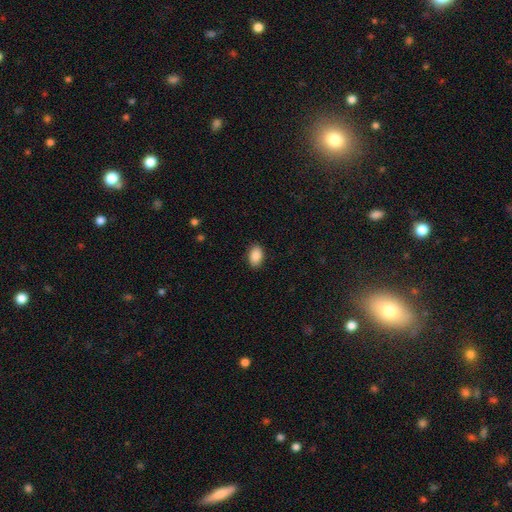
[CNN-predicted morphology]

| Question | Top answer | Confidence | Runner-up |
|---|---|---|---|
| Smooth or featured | smooth | 89% | star or artifact (7%) |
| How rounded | in between | 90% | round (9%) |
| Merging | none | 89% | minor disturbance (8%) |